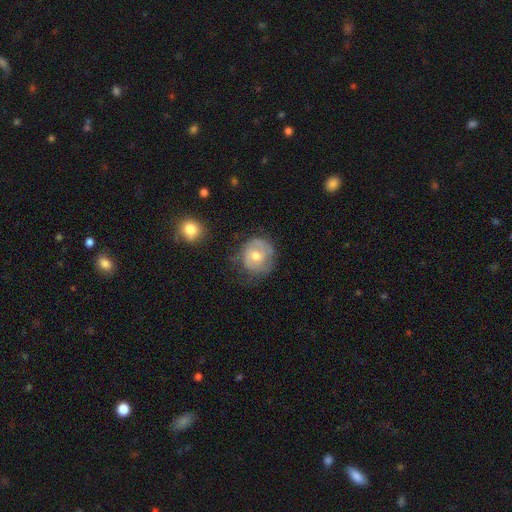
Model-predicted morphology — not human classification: Smooth or featured? Predicted: smooth (p=0.50). Merging? Predicted: none (p=0.60).